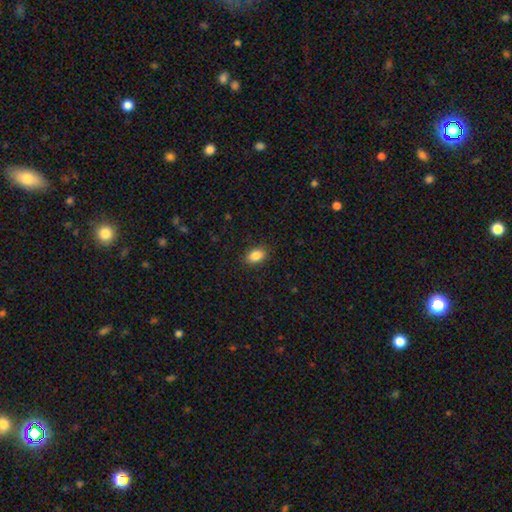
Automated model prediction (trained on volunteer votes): Q: Smooth or featured?
A: smooth (86%); runner-up: star or artifact (9%)
Q: How rounded?
A: in between (83%); runner-up: round (15%)
Q: Merging?
A: none (89%); runner-up: minor disturbance (8%)